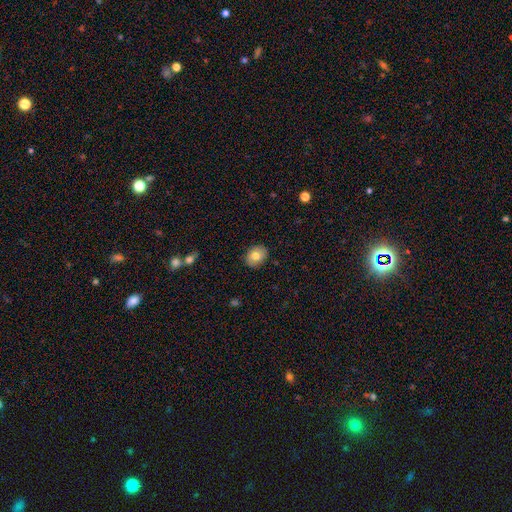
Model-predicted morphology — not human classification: Smooth or featured? smooth (77%)
How rounded? in between (58%)
Merging? none (88%)